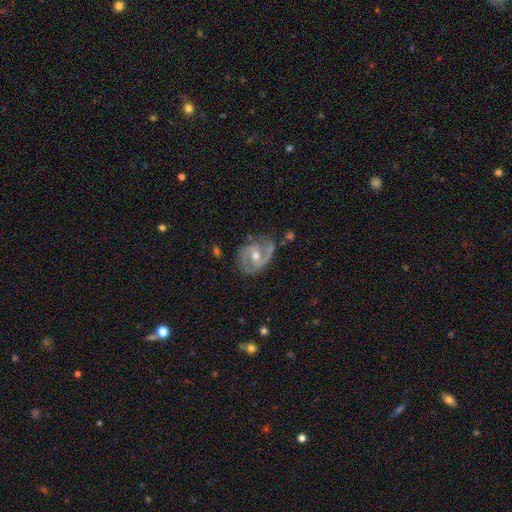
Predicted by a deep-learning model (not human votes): Smooth or featured?
  - featured or disk: 83% *
  - smooth: 12%
  - star or artifact: 5%
Edge-on disk?
  - no: 97% *
  - yes: 3%
Bar?
  - no: 47% *
  - weak: 42%
  - strong: 11%
Spiral arms?
  - yes: 91% *
  - no: 9%
Spiral winding?
  - medium: 48% *
  - tight: 36%
  - loose: 15%
Spiral arm count?
  - 2: 79% *
  - can't tell: 8%
  - 1: 7%
  - 3: 3%
  - 4: 1%
  - more than 4: 1%
Bulge size?
  - moderate: 74% *
  - small: 19%
  - large: 5%
  - none: 1%
  - dominant: 1%
Merging?
  - none: 64% *
  - minor disturbance: 24%
  - major disturbance: 9%
  - merger: 3%